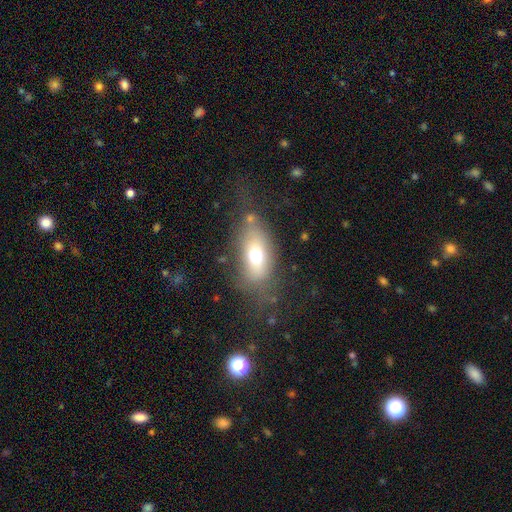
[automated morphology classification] Smooth or featured? Predicted: smooth (p=0.65). How rounded? Predicted: in between (p=0.82). Merging? Predicted: none (p=0.56).